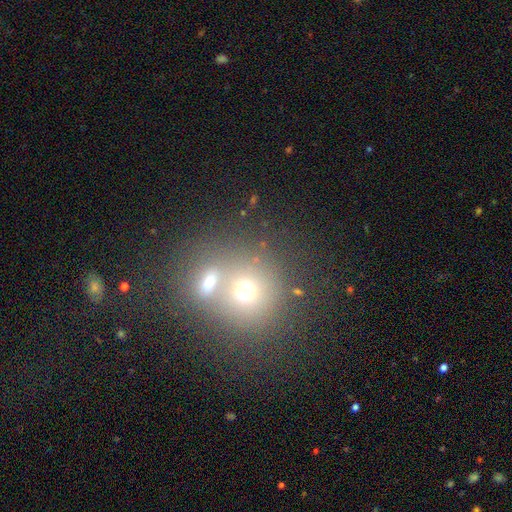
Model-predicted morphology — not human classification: smooth 60%, featured or disk 20%, star or artifact 19%. Down the decision tree: how rounded — round (82%); merging — merger (61%).